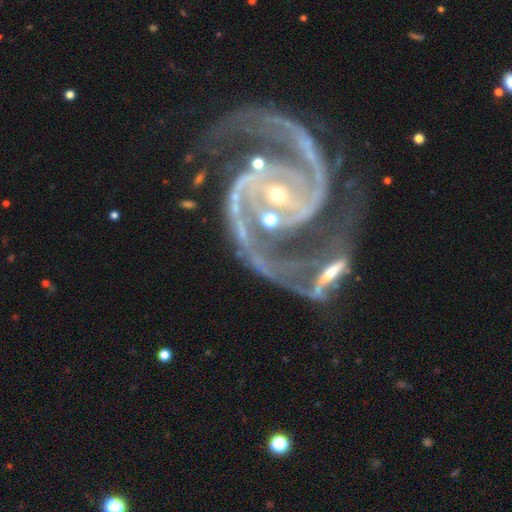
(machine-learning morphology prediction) The model was most divided on "bar": no: 37%, weak: 35%, strong: 28%. Remaining: spiral arms — yes (99%); edge-on disk — no (98%); smooth or featured — featured or disk (93%); spiral arm count — 2 (88%); bulge size — small (71%); spiral winding — medium (59%); merging — merger (40%).